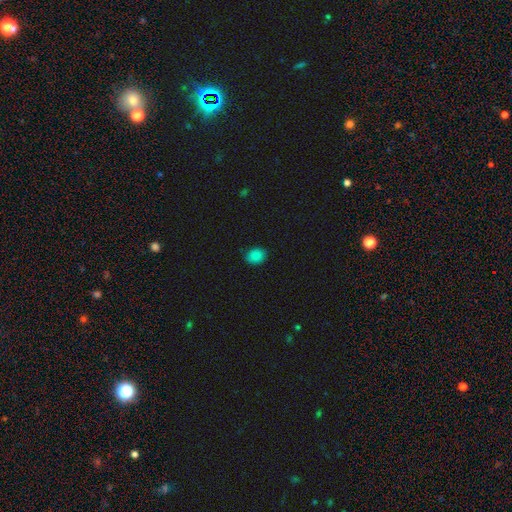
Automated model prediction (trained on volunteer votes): Smooth or featured?
  - smooth: 85% *
  - star or artifact: 10%
  - featured or disk: 4%
How rounded?
  - in between: 52% *
  - round: 47%
  - cigar-shaped: 1%
Merging?
  - none: 83% *
  - minor disturbance: 14%
  - major disturbance: 2%
  - merger: 1%